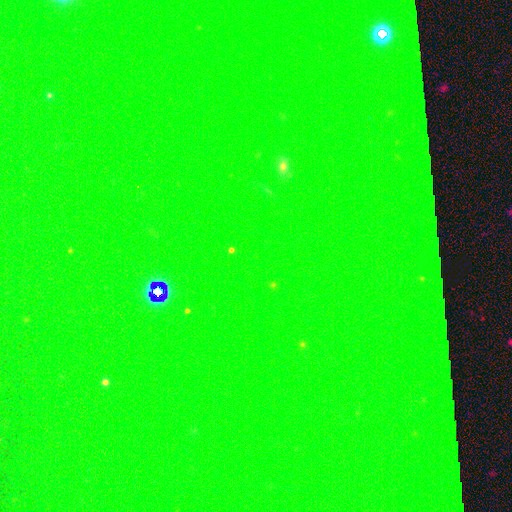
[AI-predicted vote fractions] Smooth or featured: star or artifact — 81% (smooth — 11%)